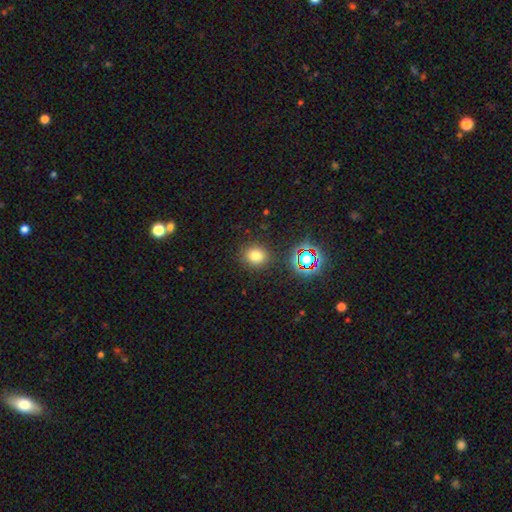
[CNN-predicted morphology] Smooth or featured: smooth — 73% (star or artifact — 20%)
How rounded: round — 75% (in between — 24%)
Merging: none — 87% (minor disturbance — 8%)